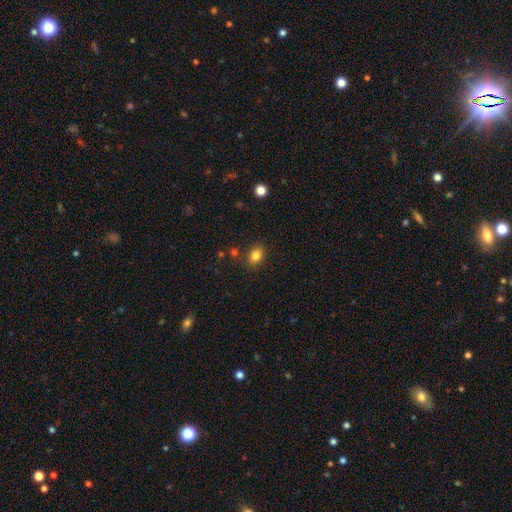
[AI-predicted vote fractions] The model was most divided on "how rounded": in between: 59%, round: 40%, cigar-shaped: 1%. More confident: smooth or featured — smooth (83%); merging — none (81%).